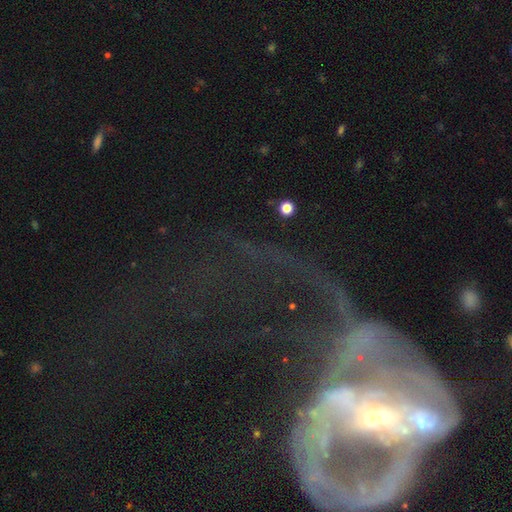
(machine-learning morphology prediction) Smooth or featured? Predicted: featured or disk (p=0.73). Edge-on disk? Predicted: no (p=0.92). Bar? Predicted: no (p=0.44). Spiral arms? Predicted: yes (p=0.57). Bulge size? Predicted: small (p=0.47). Merging? Predicted: major disturbance (p=0.49).